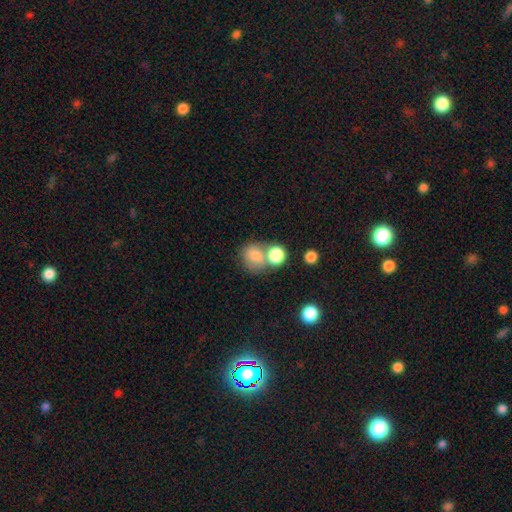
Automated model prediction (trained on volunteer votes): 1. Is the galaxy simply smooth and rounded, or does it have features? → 77% smooth, 13% featured or disk, 11% star or artifact.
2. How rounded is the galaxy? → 69% round, 30% in between, 1% cigar-shaped.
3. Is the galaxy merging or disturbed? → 44% merger, 39% none, 11% minor disturbance, 6% major disturbance.